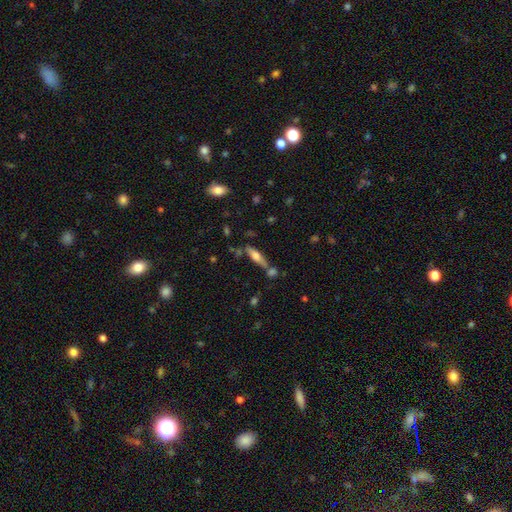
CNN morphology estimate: A smooth galaxy with no disk features (55%) that is cigar-shaped (62%). Merging: none (61%).